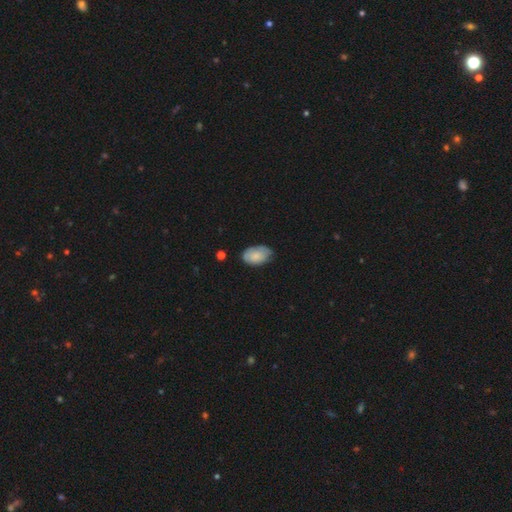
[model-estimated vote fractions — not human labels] Smooth or featured? smooth (72%)
How rounded? in between (92%)
Merging? none (62%)